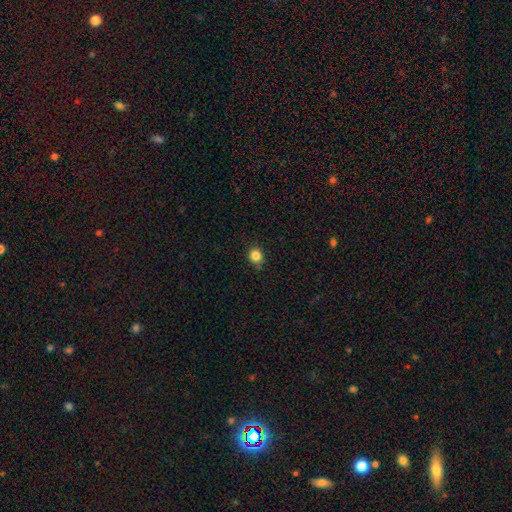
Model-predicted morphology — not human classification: smooth_or_featured: smooth (p=0.84) [alt: star or artifact p=0.11]
how_rounded: round (p=0.76) [alt: in between p=0.23]
merging: none (p=0.83) [alt: minor disturbance p=0.14]